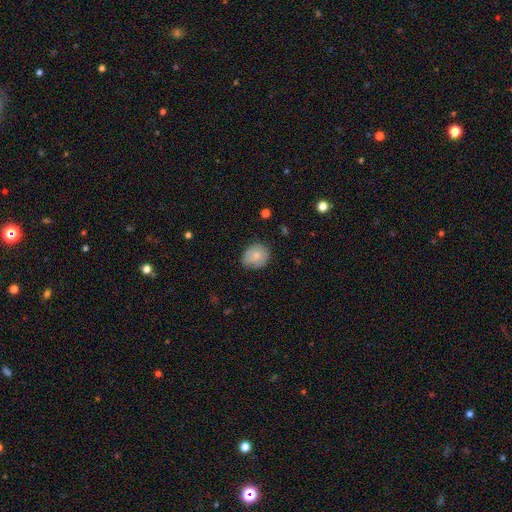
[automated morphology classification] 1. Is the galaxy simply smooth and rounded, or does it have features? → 75% smooth, 17% featured or disk, 8% star or artifact.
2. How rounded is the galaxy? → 69% round, 30% in between, 1% cigar-shaped.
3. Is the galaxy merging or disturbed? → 66% none, 27% minor disturbance, 6% major disturbance, 2% merger.